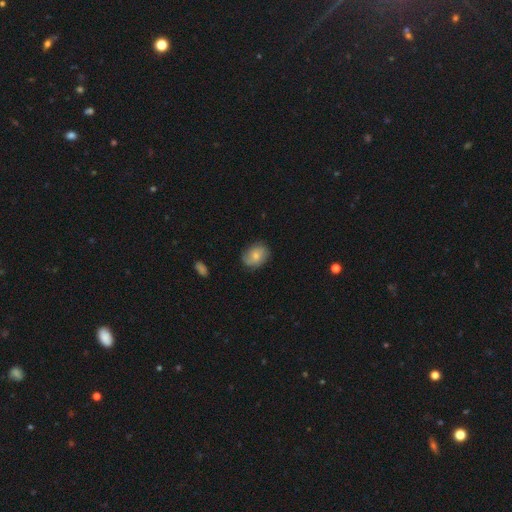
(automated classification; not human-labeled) smooth 64%, featured or disk 28%, star or artifact 8%. Down the decision tree: how rounded — in between (57%); merging — none (75%).